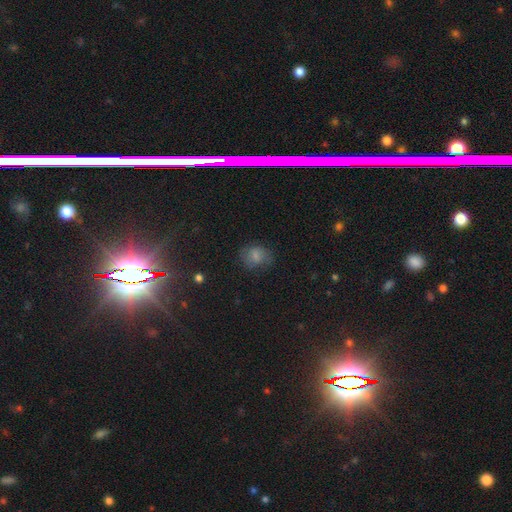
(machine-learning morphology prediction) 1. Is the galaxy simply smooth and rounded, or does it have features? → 69% smooth, 19% featured or disk, 12% star or artifact.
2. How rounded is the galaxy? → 51% in between, 48% round, 1% cigar-shaped.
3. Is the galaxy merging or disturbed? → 62% none, 24% minor disturbance, 12% major disturbance, 2% merger.